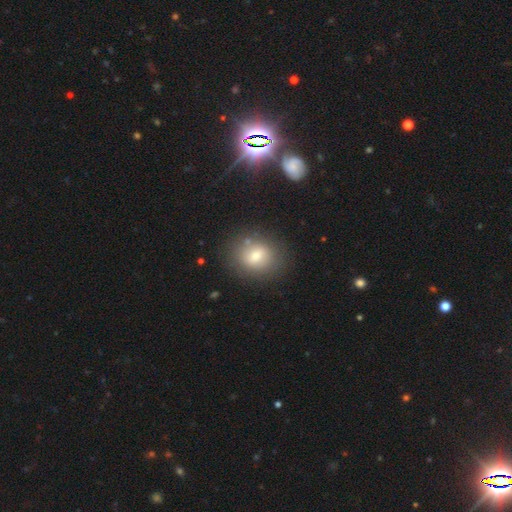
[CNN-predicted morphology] A smooth galaxy with no disk features (73%) that is round (62%). Merging: none (80%).